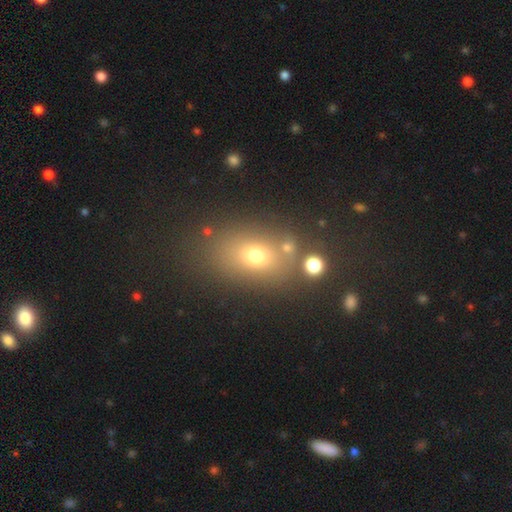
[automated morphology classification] Overall: smooth (65%). How rounded: in between (66%; round 32%). Merging: none (72%).